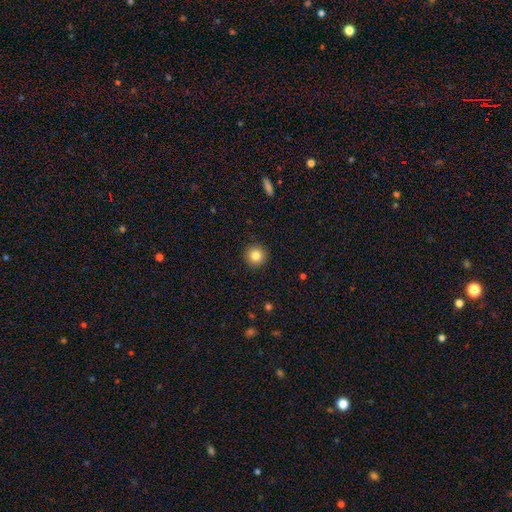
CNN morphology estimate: Smooth or featured?
  - smooth: 83% *
  - star or artifact: 10%
  - featured or disk: 7%
How rounded?
  - round: 96% *
  - in between: 3%
  - cigar-shaped: 1%
Merging?
  - none: 92% *
  - minor disturbance: 5%
  - major disturbance: 2%
  - merger: 1%